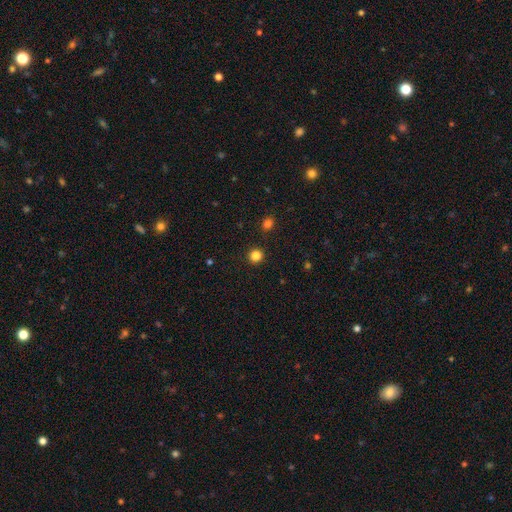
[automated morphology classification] A smooth galaxy with no disk features (83%) that is round (94%). Merging: none (92%).